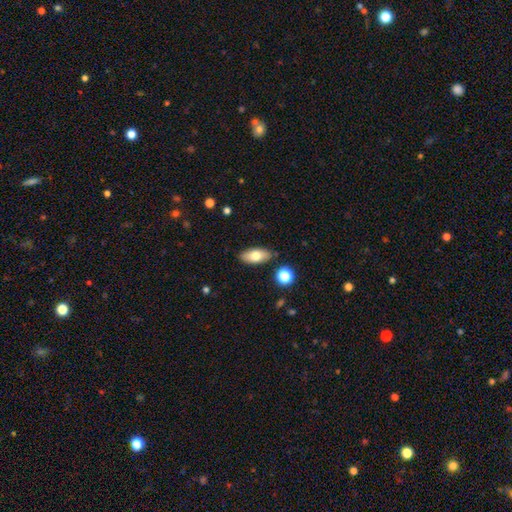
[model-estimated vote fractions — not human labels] smooth-or-featured: smooth: 75% | featured or disk: 17% | star or artifact: 8%
  how-rounded: in between: 88% | cigar-shaped: 9% | round: 4%
  merging: none: 86% | minor disturbance: 9% | merger: 3% | major disturbance: 2%